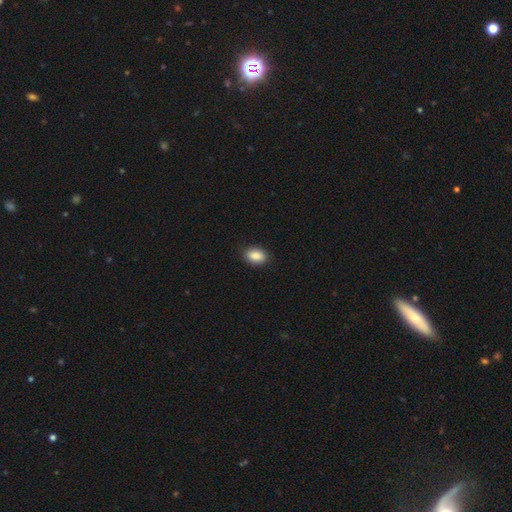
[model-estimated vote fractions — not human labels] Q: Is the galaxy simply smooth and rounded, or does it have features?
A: smooth — 89%.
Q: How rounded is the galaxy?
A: in between — 85%.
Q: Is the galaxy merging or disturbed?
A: none — 88%.